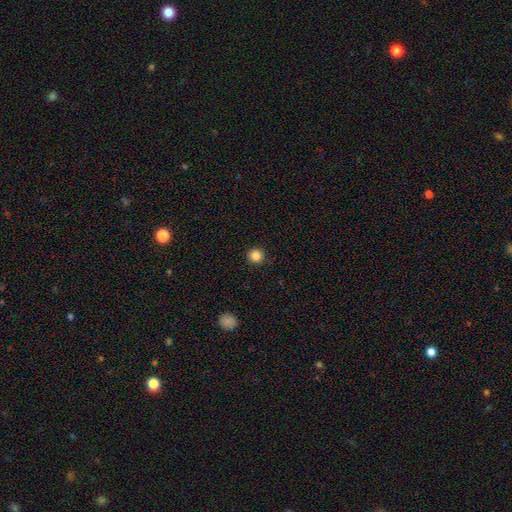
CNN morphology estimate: This appears to be a smooth galaxy with no disk features (85%) that is round (96%). Merging: none (92%).